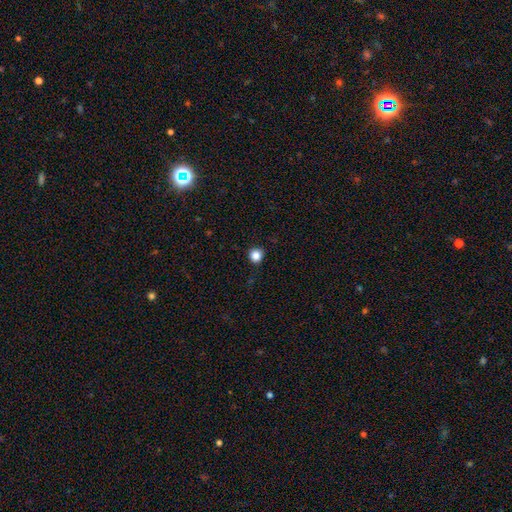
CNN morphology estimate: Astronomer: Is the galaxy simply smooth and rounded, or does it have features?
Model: smooth — 85%.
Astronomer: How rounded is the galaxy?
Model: round — 94%.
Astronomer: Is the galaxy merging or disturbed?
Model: none — 91%.